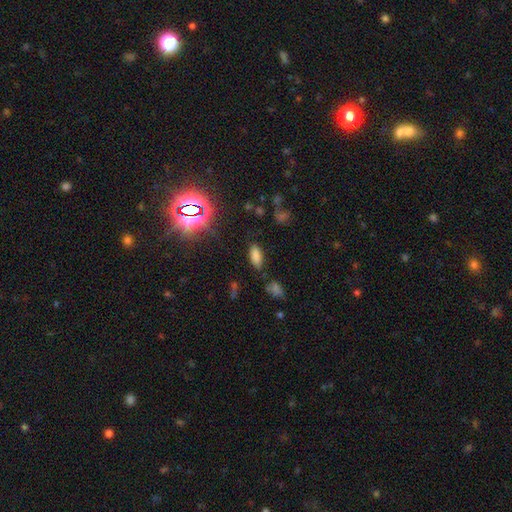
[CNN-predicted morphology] This appears to be a smooth galaxy with no disk features (76%) that is in between round and cigar-shaped (88%). Merging: none (80%).